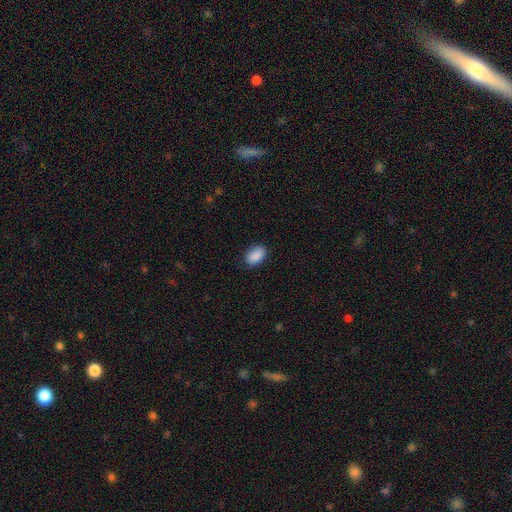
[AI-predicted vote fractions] A smooth galaxy with no disk features (90%) that is in between round and cigar-shaped (89%). Merging: none (84%).